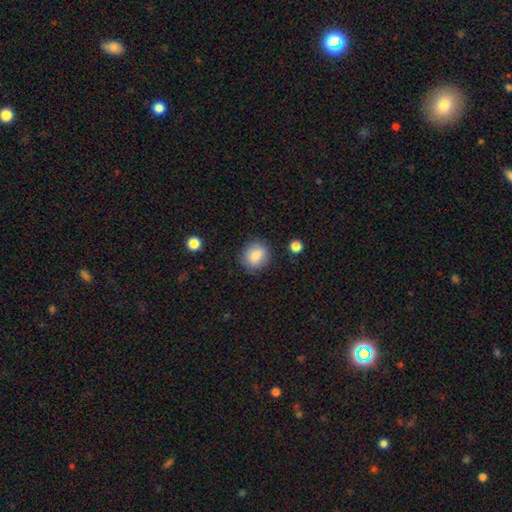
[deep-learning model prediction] Overall: smooth (85%). How rounded: round (74%). Merging: none (84%).